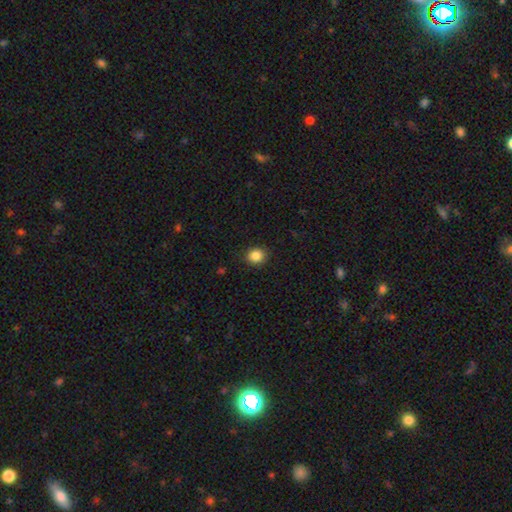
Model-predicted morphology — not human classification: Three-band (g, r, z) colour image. It shows a smooth galaxy with no disk features (86%) that is round (79%). Merging: none (89%).